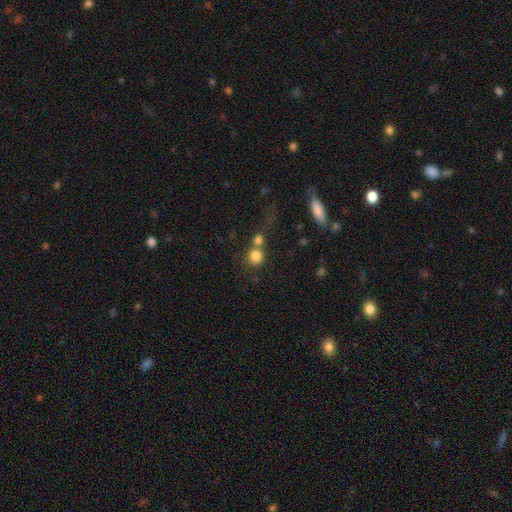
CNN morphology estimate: Smooth or featured?
  - smooth: 81% *
  - star or artifact: 11%
  - featured or disk: 8%
How rounded?
  - round: 89% *
  - in between: 9%
  - cigar-shaped: 1%
Merging?
  - none: 47% *
  - merger: 41%
  - minor disturbance: 7%
  - major disturbance: 5%